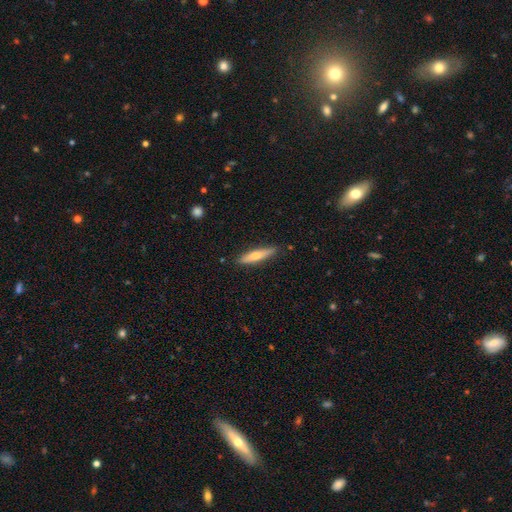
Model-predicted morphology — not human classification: A smooth galaxy with no disk features (54%) that is cigar-shaped (83%). Merging: none (88%).